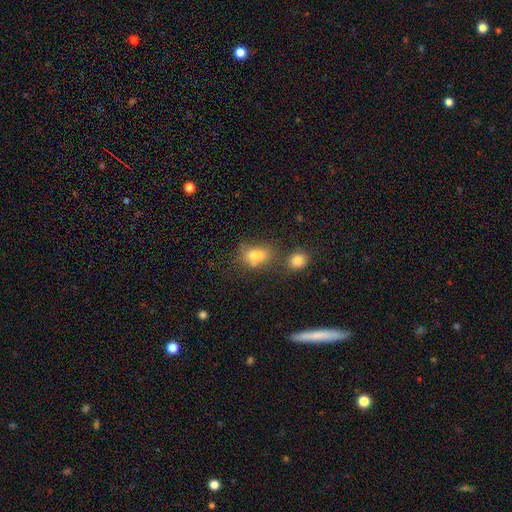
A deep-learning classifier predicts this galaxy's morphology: The model was most divided on "merging": none: 48%, merger: 24%, minor disturbance: 20%, major disturbance: 9%. More confident: smooth or featured — smooth (78%); how rounded — in between (73%).